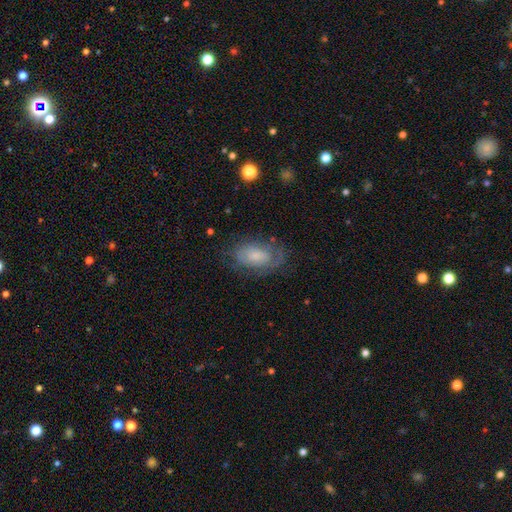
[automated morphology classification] smooth-or-featured: smooth: 46% (tied) | featured or disk: 46% (tied) | star or artifact: 8%
  merging: none: 63% | minor disturbance: 22% | major disturbance: 13% | merger: 2%